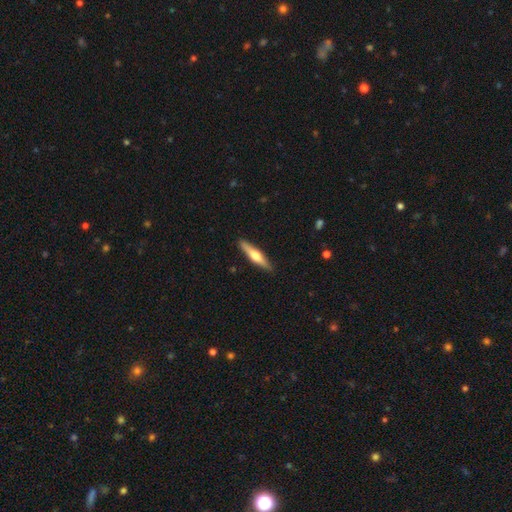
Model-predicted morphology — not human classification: smooth-or-featured: featured or disk: 55% | smooth: 40% | star or artifact: 5%
  disk-edge-on: yes: 96% | no: 4%
    edge-on-bulge: rounded: 92% | none: 4% | boxy: 4%
  merging: none: 90% | minor disturbance: 7% | major disturbance: 2% | merger: 1%